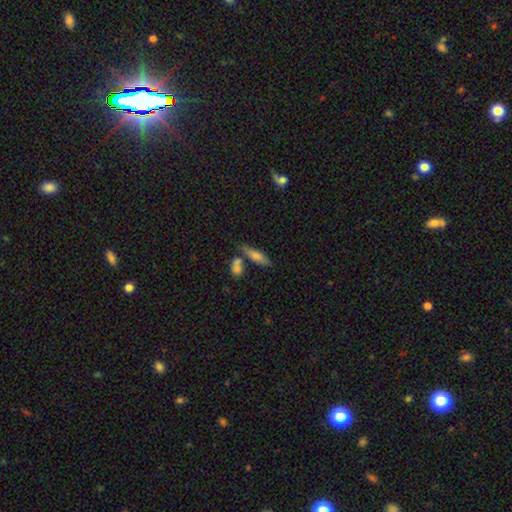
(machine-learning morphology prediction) This is likely a smooth galaxy (66%). How rounded: possibly cigar-shaped (58%). Merging: likely none (63%).